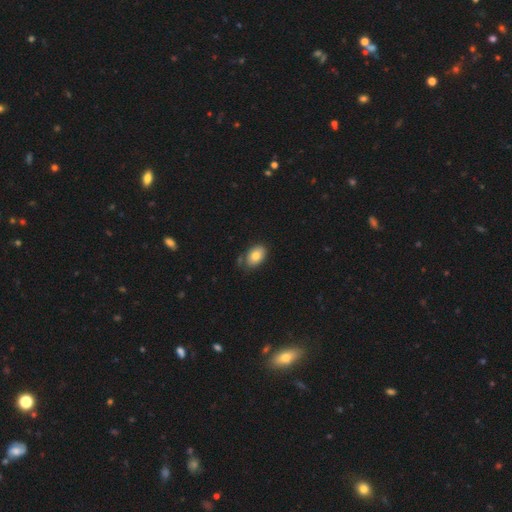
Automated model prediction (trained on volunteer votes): Smooth or featured? smooth (80%)
How rounded? in between (86%)
Merging? none (72%)